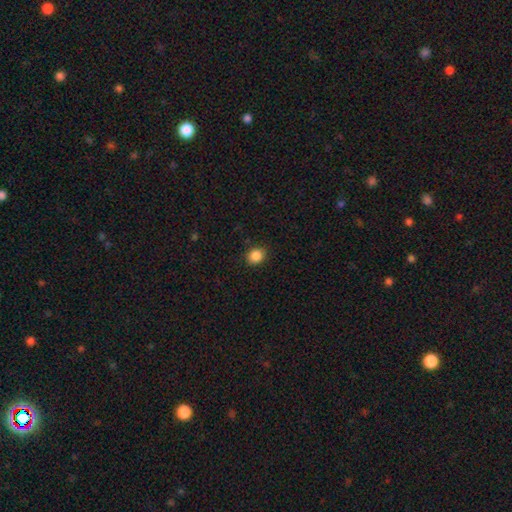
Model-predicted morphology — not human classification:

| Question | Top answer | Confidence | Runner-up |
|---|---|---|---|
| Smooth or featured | smooth | 87% | star or artifact (10%) |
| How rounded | round | 73% | in between (26%) |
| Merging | none | 89% | minor disturbance (8%) |